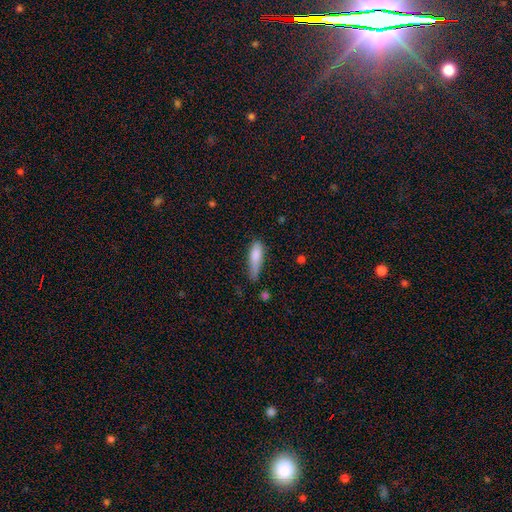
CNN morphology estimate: smooth 81%, featured or disk 12%, star or artifact 7%. Down the decision tree: how rounded — cigar-shaped (61%); merging — none (44%).